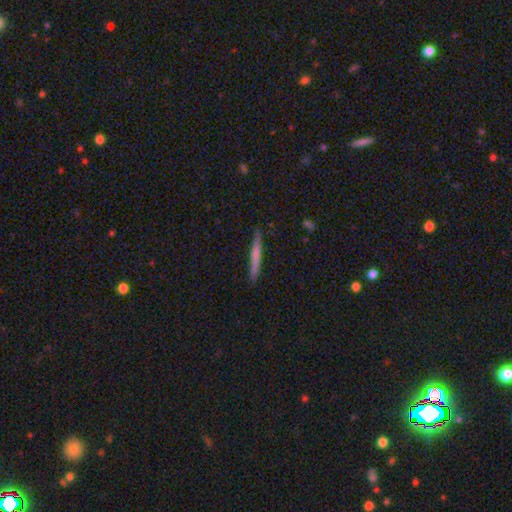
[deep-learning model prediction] smooth_or_featured: smooth (p=0.56) [alt: featured or disk p=0.37]
how_rounded: cigar-shaped (p=0.96) [alt: in between p=0.03]
merging: none (p=0.90) [alt: minor disturbance p=0.08]